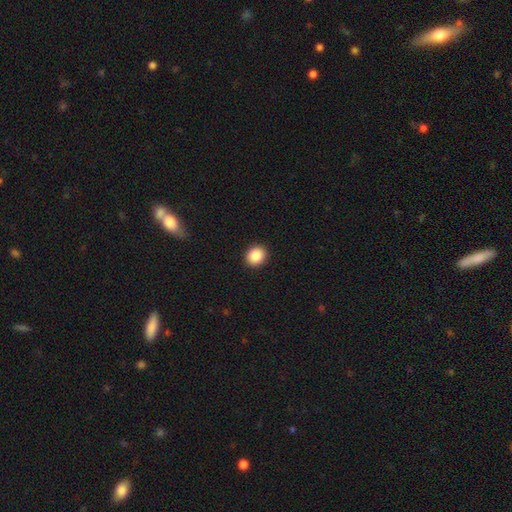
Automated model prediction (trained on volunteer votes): A smooth galaxy with no disk features (88%) that is round (70%).

Vote fractions:
- Smooth or featured? smooth: 88% / star or artifact: 9% / featured or disk: 4%
- How rounded? round: 70% / in between: 29% / cigar-shaped: 1%
- Merging? none: 92% / minor disturbance: 5% / major disturbance: 2% / merger: 1%